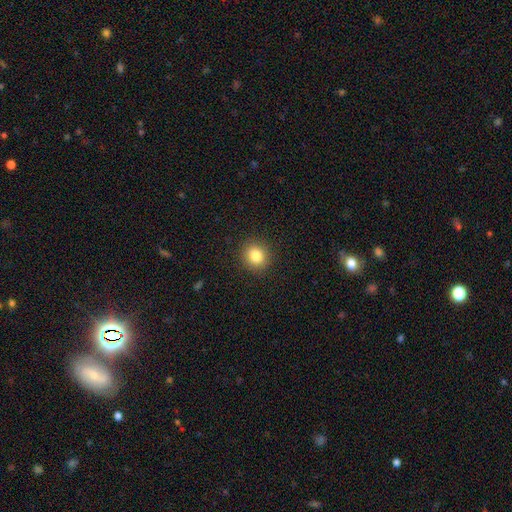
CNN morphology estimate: Smooth or featured?
  - smooth: 83% *
  - star or artifact: 11%
  - featured or disk: 6%
How rounded?
  - round: 85% *
  - in between: 14%
  - cigar-shaped: 1%
Merging?
  - none: 91% *
  - minor disturbance: 6%
  - major disturbance: 2%
  - merger: 1%